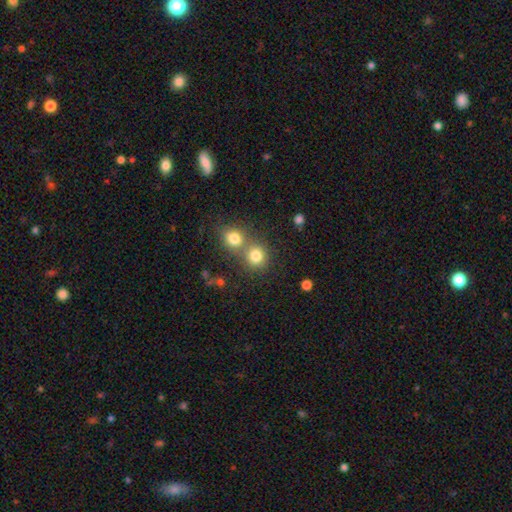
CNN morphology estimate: This is clearly a smooth galaxy (80%). How rounded: clearly round (86%). Merging: possibly none (49%).